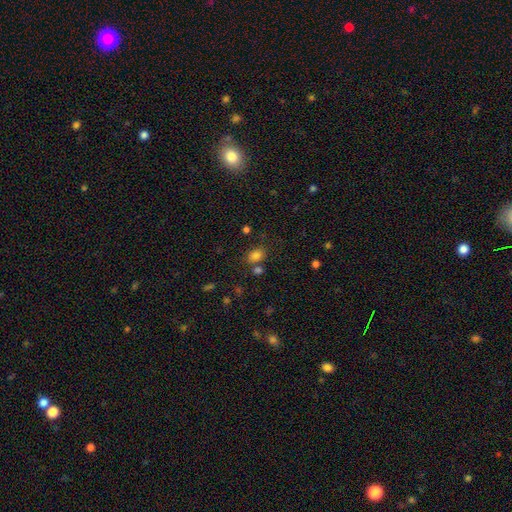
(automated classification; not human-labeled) smooth 80%, star or artifact 13%, featured or disk 6%. Down the decision tree: how rounded — in between (73%); merging — none (67%).